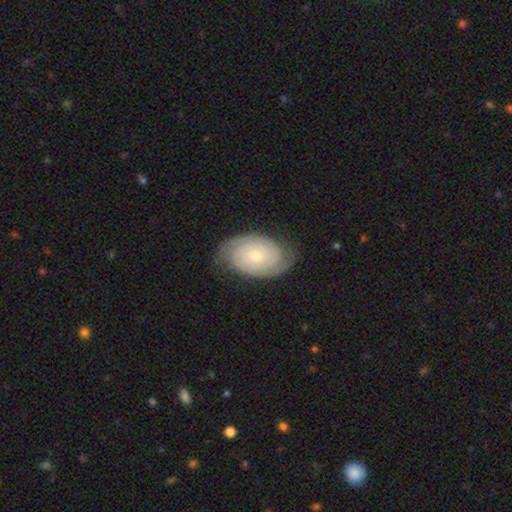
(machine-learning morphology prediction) A featured or disk galaxy (82%) with no bar (79%), 2 (83%) tight (75%) spiral arms (95%) and a small central bulge (64%).

Vote fractions:
- Smooth or featured? featured or disk: 82% / smooth: 12% / star or artifact: 5%
- Edge-on disk? no: 96% / yes: 4%
- Bar? no: 79% / weak: 17% / strong: 4%
- Spiral arms? yes: 95% / no: 5%
- Spiral winding? tight: 75% / medium: 20% / loose: 5%
- Spiral arm count? 2: 83% / can't tell: 9% / 3: 3% / 1: 2% / 4: 2% / more than 4: 2%
- Bulge size? small: 64% / moderate: 32% / large: 2% / none: 1% / dominant: 1%
- Merging? none: 80% / minor disturbance: 14% / major disturbance: 4% / merger: 1%